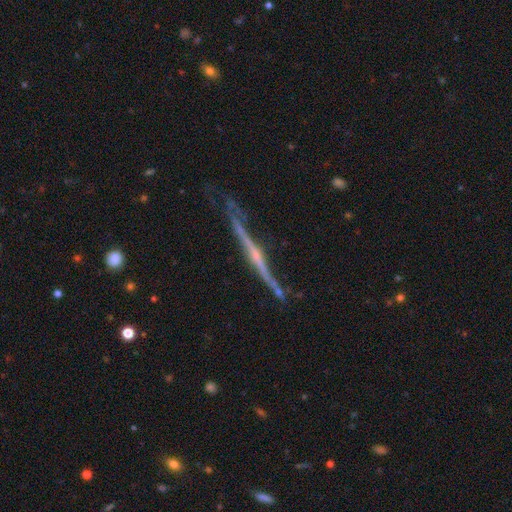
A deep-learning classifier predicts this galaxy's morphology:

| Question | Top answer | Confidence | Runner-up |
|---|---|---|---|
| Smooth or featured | featured or disk | 83% | smooth (10%) |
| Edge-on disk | yes | 97% | no (3%) |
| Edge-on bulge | rounded | 59% | none (31%) |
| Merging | none | 68% | minor disturbance (22%) |